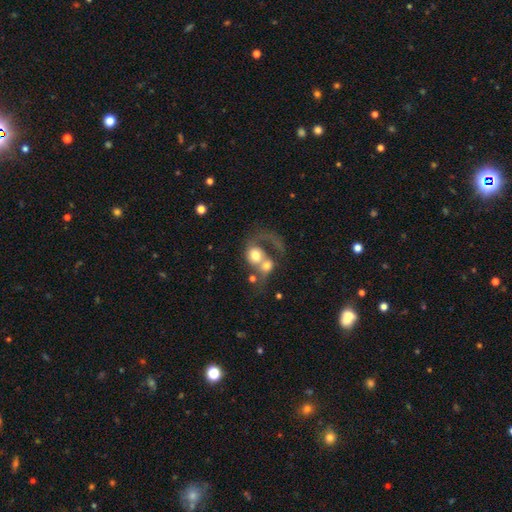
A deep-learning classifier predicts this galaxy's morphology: The model was most divided on "smooth or featured": smooth: 49%, featured or disk: 42%, star or artifact: 9%. More confident: merging — merger (66%).